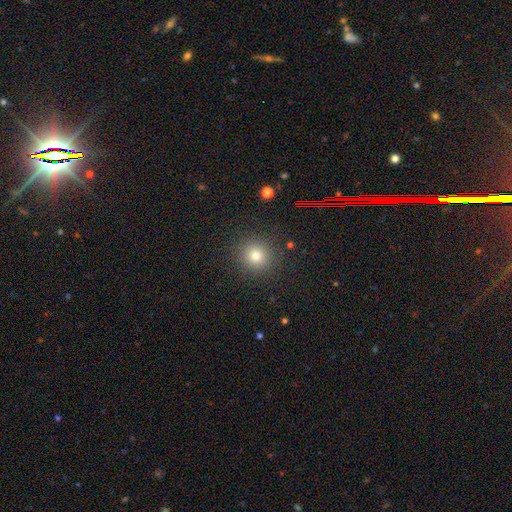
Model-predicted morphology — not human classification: smooth-or-featured: smooth: 75% | star or artifact: 16% | featured or disk: 8%
  how-rounded: round: 92% | in between: 7% | cigar-shaped: 1%
  merging: none: 89% | minor disturbance: 6% | major disturbance: 3% | merger: 1%